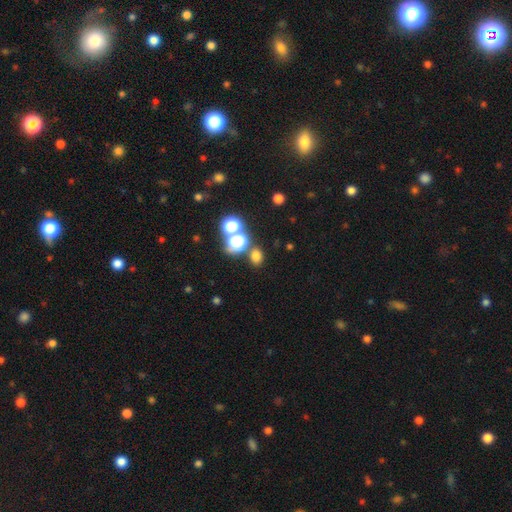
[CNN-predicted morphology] Smooth or featured? Predicted: smooth (p=0.68). How rounded? Predicted: round (p=0.57). Merging? Predicted: none (p=0.72).